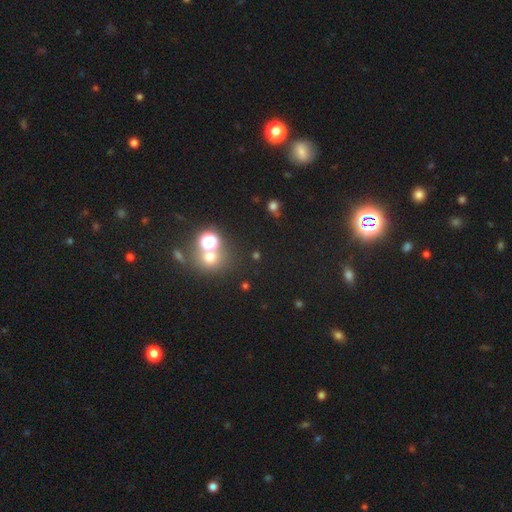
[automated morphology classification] This appears to be a star or artifact, not a galaxy (52%).